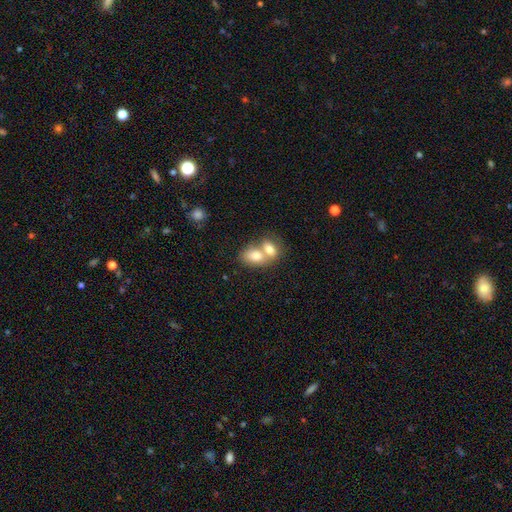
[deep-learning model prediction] This appears to be a smooth galaxy with no disk features (76%) that is in between round and cigar-shaped (77%). Merging: merger (71%).